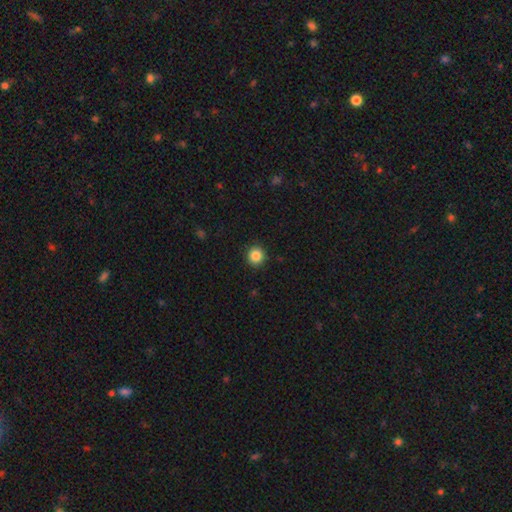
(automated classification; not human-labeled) Smooth or featured?
  - smooth: 86% *
  - star or artifact: 10%
  - featured or disk: 4%
How rounded?
  - round: 91% *
  - in between: 8%
  - cigar-shaped: 1%
Merging?
  - none: 92% *
  - minor disturbance: 6%
  - major disturbance: 2%
  - merger: 1%